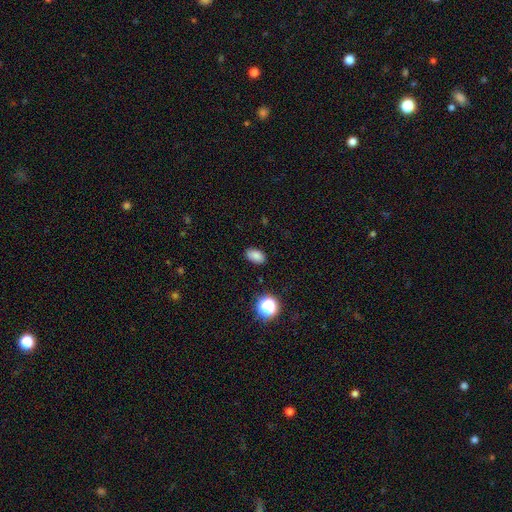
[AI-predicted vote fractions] Smooth or featured? smooth (83%)
How rounded? in between (89%)
Merging? none (87%)